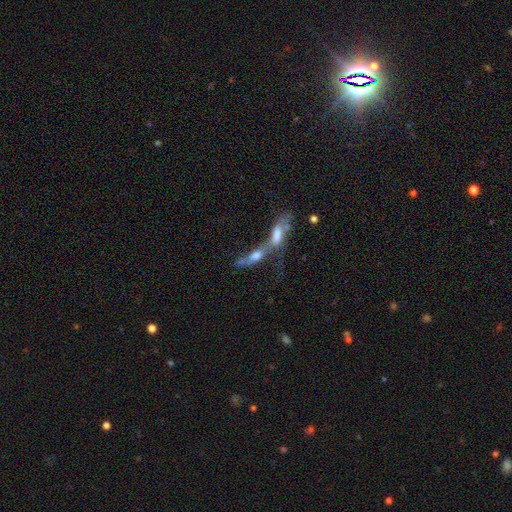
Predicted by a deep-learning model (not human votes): smooth-or-featured: featured or disk: 46% | smooth: 43% | star or artifact: 11%
  merging: merger: 76% | none: 12% | major disturbance: 7% | minor disturbance: 5%